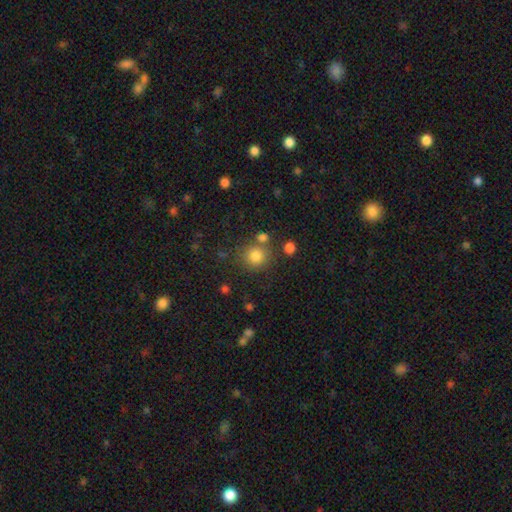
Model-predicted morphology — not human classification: Smooth or featured? smooth (81%)
How rounded? round (89%)
Merging? none (73%)